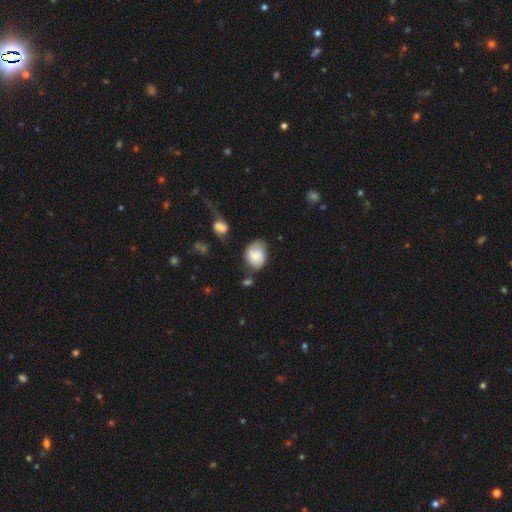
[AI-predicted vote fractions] smooth_or_featured: smooth (p=0.68) [alt: featured or disk p=0.24]
how_rounded: in between (p=0.54) [alt: round p=0.45]
merging: none (p=0.54) [alt: minor disturbance p=0.28]